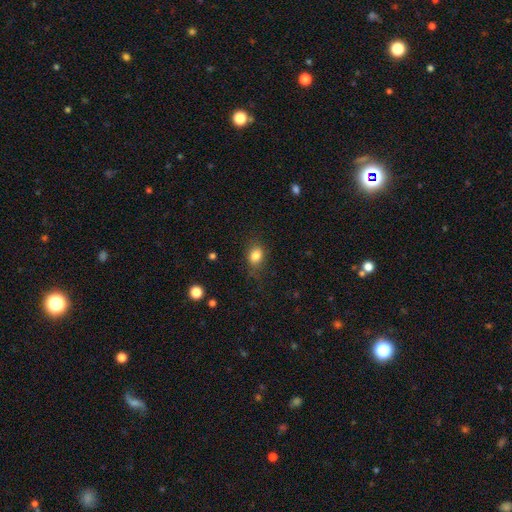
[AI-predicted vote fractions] A smooth galaxy with no disk features (83%) that is in between round and cigar-shaped (58%).

Vote fractions:
- Smooth or featured? smooth: 83% / star or artifact: 10% / featured or disk: 7%
- How rounded? in between: 58% / round: 41% / cigar-shaped: 1%
- Merging? none: 73% / minor disturbance: 19% / major disturbance: 7% / merger: 1%